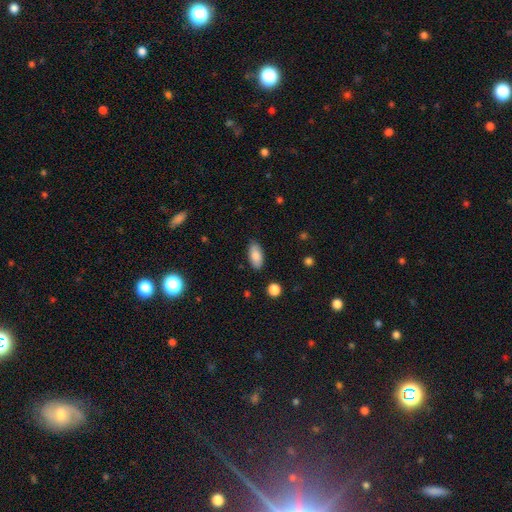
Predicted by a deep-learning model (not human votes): smooth 85%, featured or disk 8%, star or artifact 7%. Down the decision tree: how rounded — in between (90%); merging — none (87%).